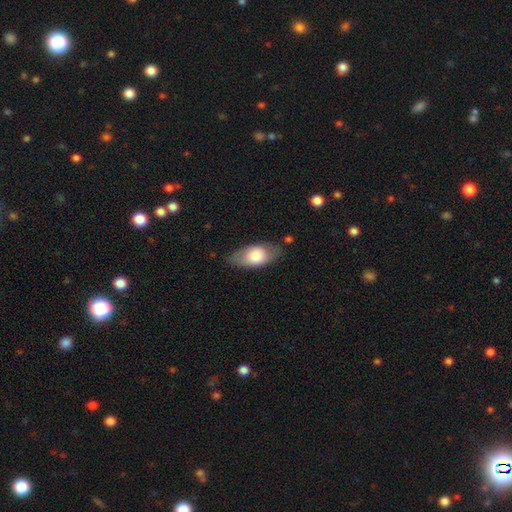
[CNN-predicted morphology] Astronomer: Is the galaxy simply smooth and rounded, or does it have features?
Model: smooth — 72%.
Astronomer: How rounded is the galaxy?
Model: in between — 89%.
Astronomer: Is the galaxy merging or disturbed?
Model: none — 73%.